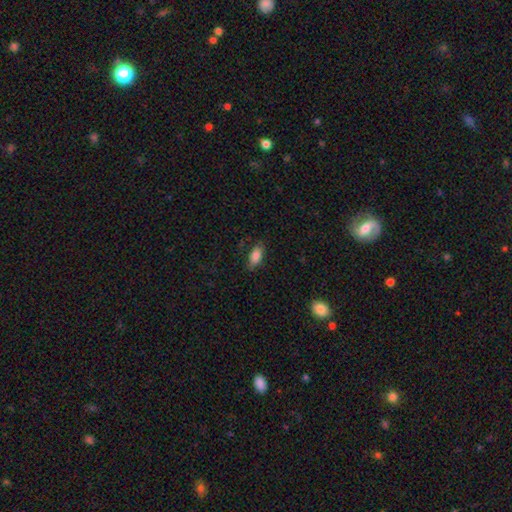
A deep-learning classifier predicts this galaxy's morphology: Smooth or featured?
  - smooth: 84% *
  - featured or disk: 9%
  - star or artifact: 8%
How rounded?
  - in between: 86% *
  - cigar-shaped: 11%
  - round: 3%
Merging?
  - none: 82% *
  - minor disturbance: 14%
  - major disturbance: 3%
  - merger: 1%